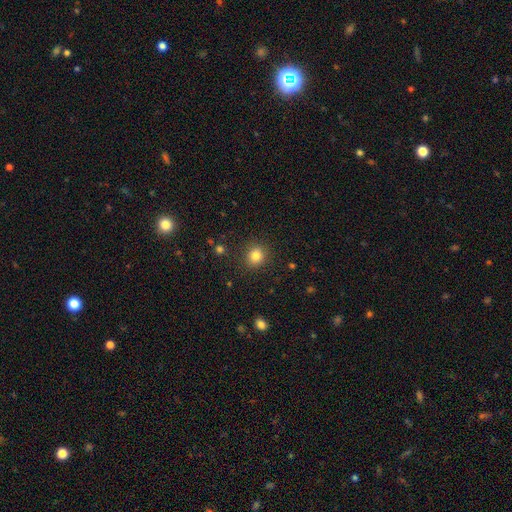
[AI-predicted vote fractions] smooth 82%, star or artifact 12%, featured or disk 6%. Down the decision tree: how rounded — round (83%); merging — none (89%).